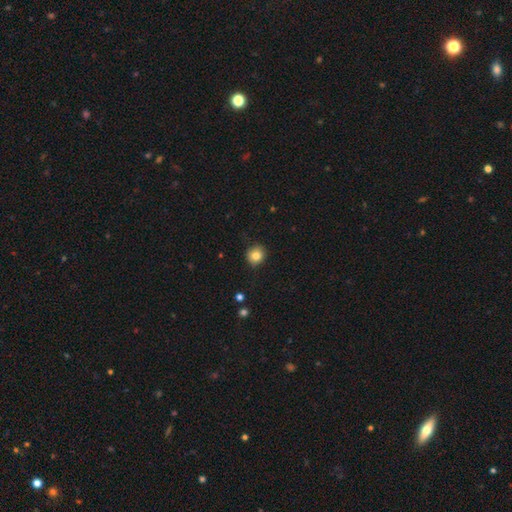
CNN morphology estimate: The model was most divided on "smooth or featured": smooth: 82%, star or artifact: 10%, featured or disk: 8%. More confident: how rounded — round (86%); merging — none (86%).